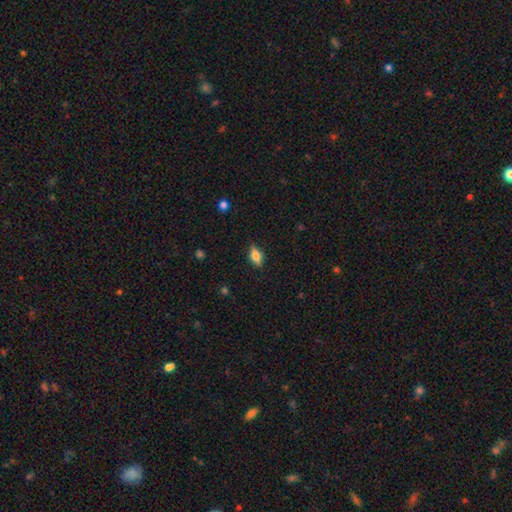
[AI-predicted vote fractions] A smooth galaxy with no disk features (63%) that is in between round and cigar-shaped (80%).

Vote fractions:
- Smooth or featured? smooth: 63% / featured or disk: 29% / star or artifact: 9%
- How rounded? in between: 80% / cigar-shaped: 13% / round: 7%
- Merging? none: 82% / minor disturbance: 14% / major disturbance: 3% / merger: 1%